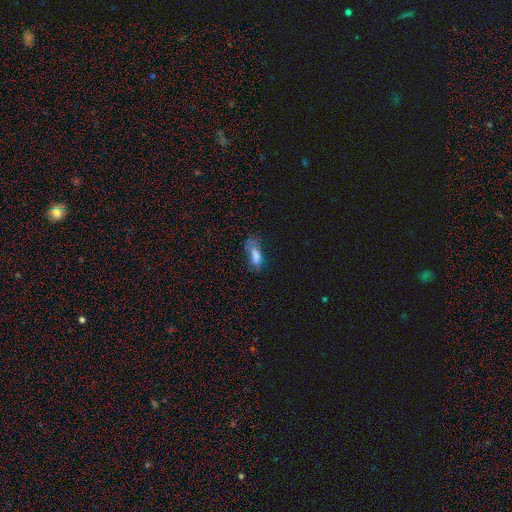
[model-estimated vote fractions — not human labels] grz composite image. It shows a smooth galaxy with no disk features (66%) that is in between round and cigar-shaped (71%). Merging: none (40%).